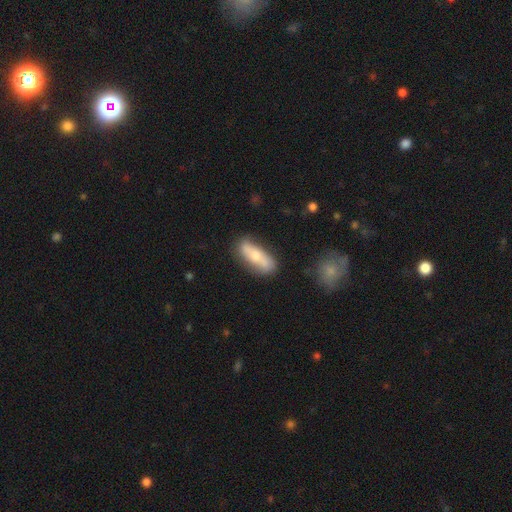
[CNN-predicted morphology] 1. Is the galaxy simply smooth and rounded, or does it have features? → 52% smooth, 42% featured or disk, 6% star or artifact.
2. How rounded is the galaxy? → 62% in between, 35% cigar-shaped, 3% round.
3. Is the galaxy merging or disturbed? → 70% none, 19% minor disturbance, 6% merger, 5% major disturbance.